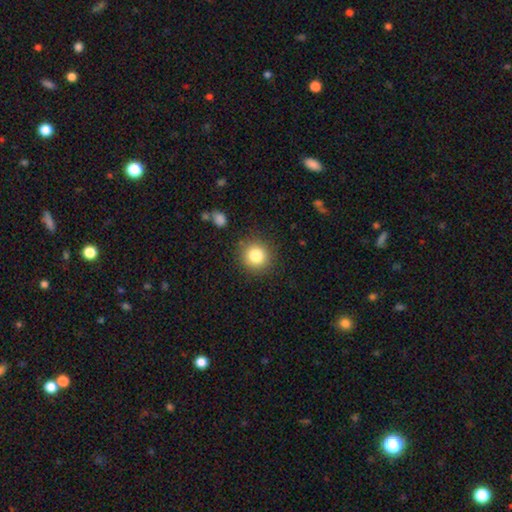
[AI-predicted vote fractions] smooth_or_featured: smooth (p=0.82) [alt: star or artifact p=0.11]
how_rounded: round (p=0.91) [alt: in between p=0.08]
merging: none (p=0.87) [alt: minor disturbance p=0.08]